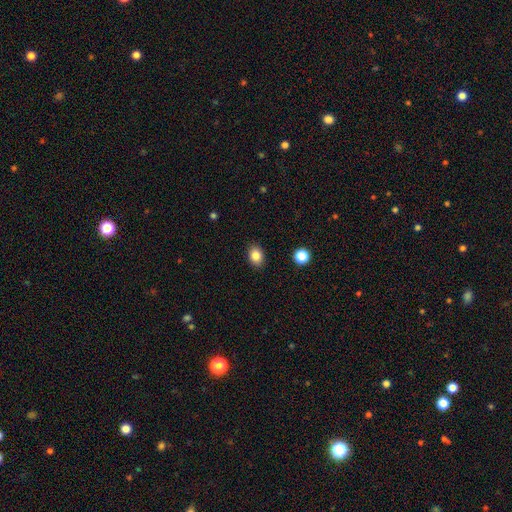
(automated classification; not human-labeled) This is clearly a smooth galaxy (85%). How rounded: likely in between (70%). Merging: clearly none (89%).